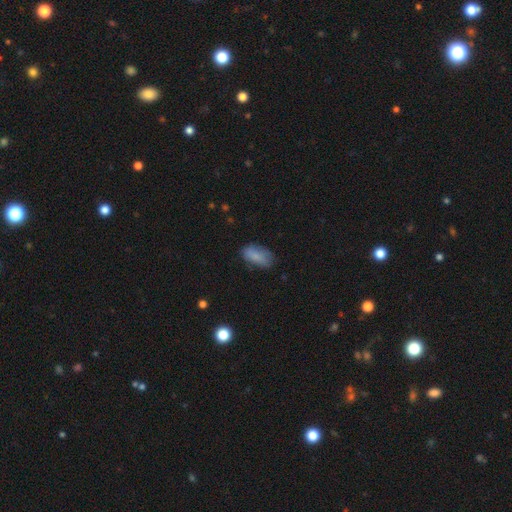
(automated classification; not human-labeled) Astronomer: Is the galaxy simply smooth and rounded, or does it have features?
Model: smooth — 83%.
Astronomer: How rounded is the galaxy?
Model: in between — 91%.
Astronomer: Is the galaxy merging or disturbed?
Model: none — 68%.